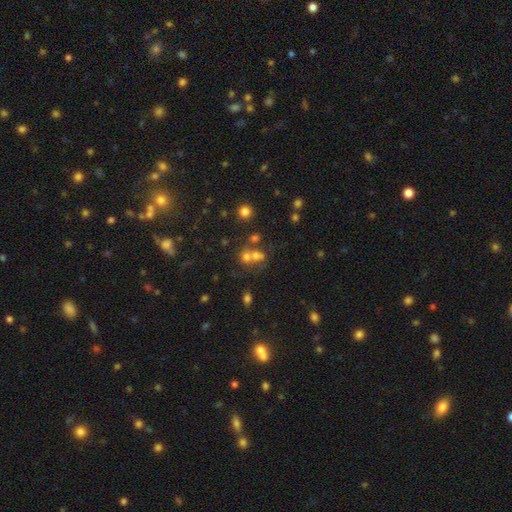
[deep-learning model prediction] This is possibly a smooth galaxy (60%). How rounded: likely round (64%). Merging: possibly merger (55%).